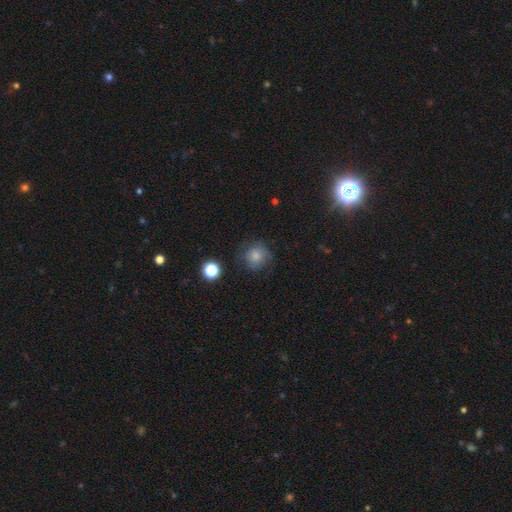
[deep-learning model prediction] This is likely a smooth galaxy (78%). How rounded: clearly round (87%). Merging: likely none (71%).